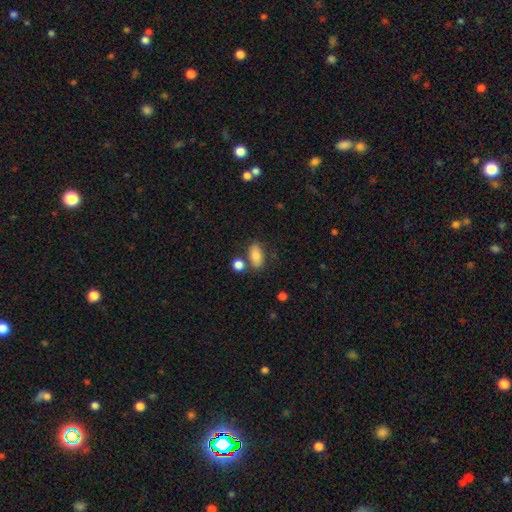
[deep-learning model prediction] Smooth or featured: smooth — 82% (featured or disk — 10%)
How rounded: in between — 87% (round — 7%)
Merging: none — 65% (minor disturbance — 15%)